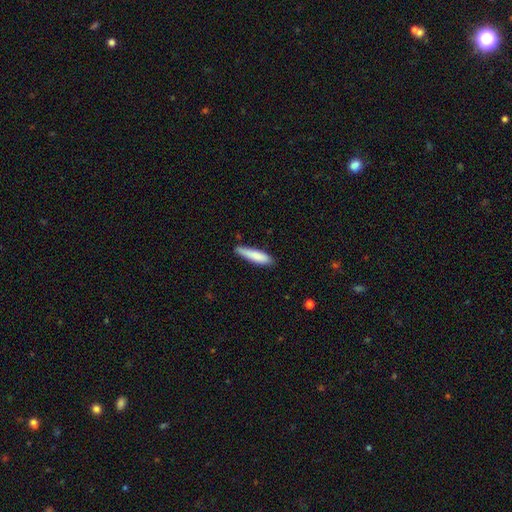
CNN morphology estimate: This is clearly a smooth galaxy (82%). How rounded: likely cigar-shaped (79%). Merging: likely none (71%).